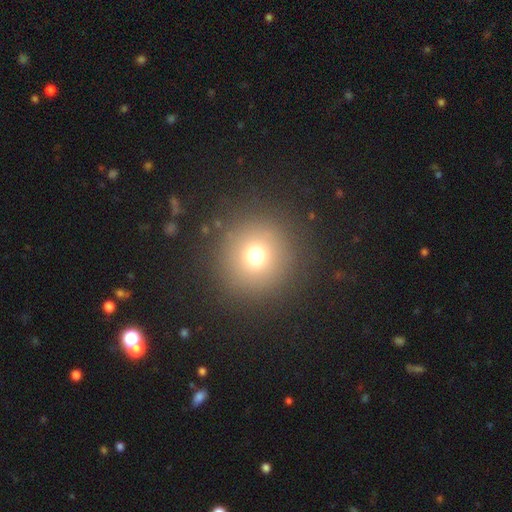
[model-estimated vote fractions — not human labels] smooth-or-featured: smooth: 72% | star or artifact: 17% | featured or disk: 11%
  how-rounded: round: 95% | in between: 4% | cigar-shaped: 1%
  merging: none: 88% | minor disturbance: 6% | major disturbance: 4% | merger: 1%